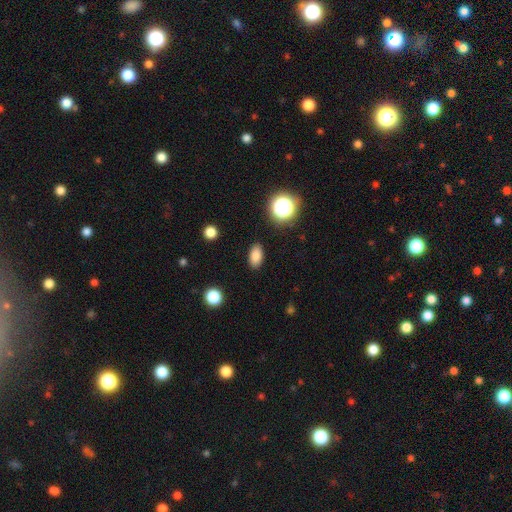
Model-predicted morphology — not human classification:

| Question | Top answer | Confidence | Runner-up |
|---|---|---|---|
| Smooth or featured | smooth | 84% | star or artifact (11%) |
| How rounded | in between | 89% | round (8%) |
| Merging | none | 88% | minor disturbance (8%) |